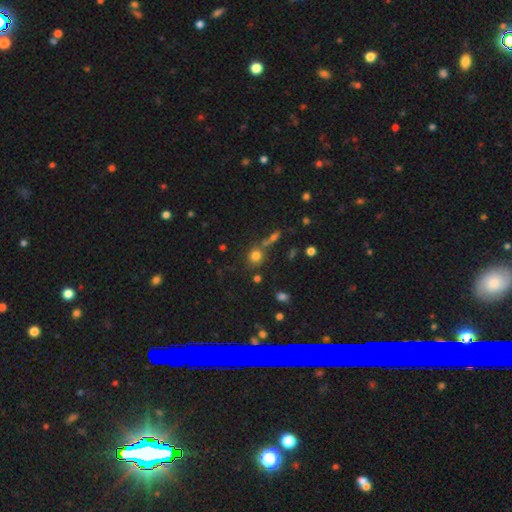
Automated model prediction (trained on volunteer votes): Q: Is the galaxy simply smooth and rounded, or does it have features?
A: smooth — 75%.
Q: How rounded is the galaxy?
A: round — 83%.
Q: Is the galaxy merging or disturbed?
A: none — 68%.